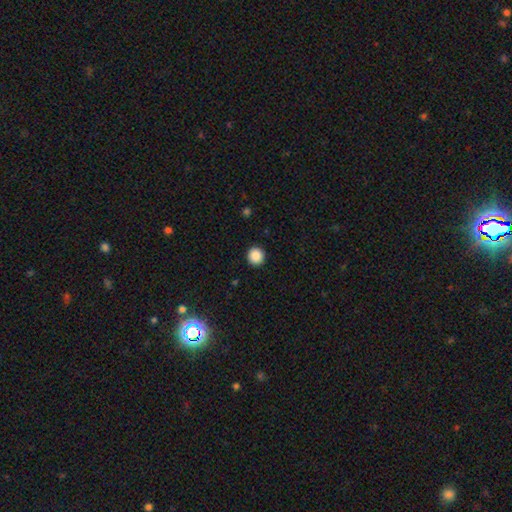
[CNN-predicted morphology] This appears to be a smooth galaxy with no disk features (88%) that is round (94%). Merging: none (93%).